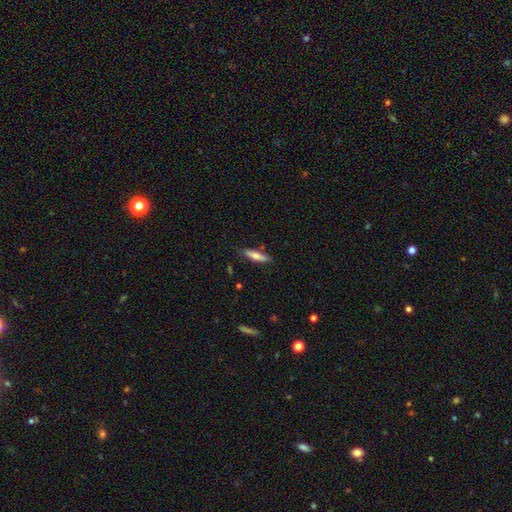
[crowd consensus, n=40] Overall: smooth (62%; featured or disk 32%). How rounded: cigar-shaped (60%; in between 40%). Merging: none (97%).